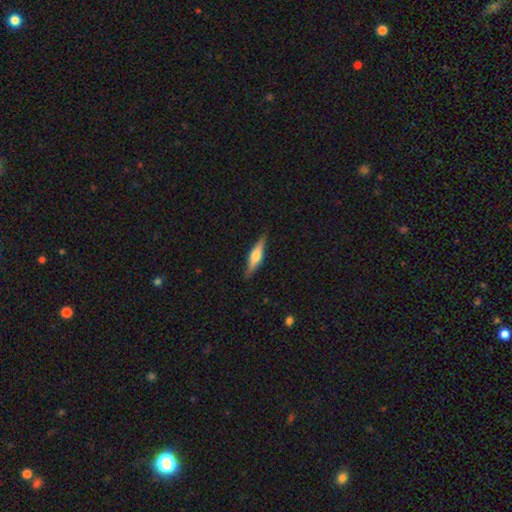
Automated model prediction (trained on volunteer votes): Smooth or featured?
  - featured or disk: 56% *
  - smooth: 38%
  - star or artifact: 6%
Edge-on disk?
  - yes: 95% *
  - no: 5%
Edge-on bulge?
  - rounded: 87% *
  - boxy: 9%
  - none: 4%
Merging?
  - none: 88% *
  - minor disturbance: 9%
  - major disturbance: 2%
  - merger: 1%